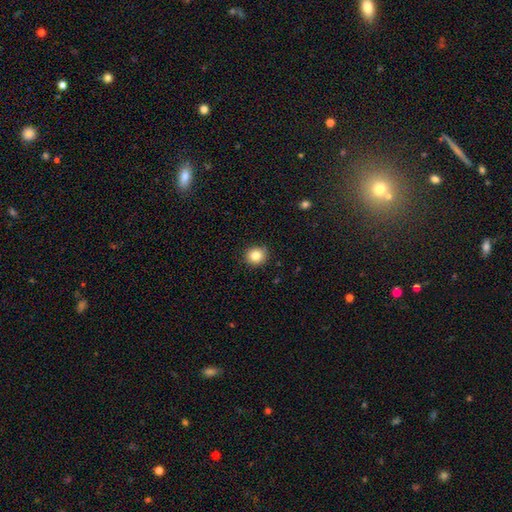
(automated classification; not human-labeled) A smooth galaxy with no disk features (83%) that is round (89%). Merging: none (87%).